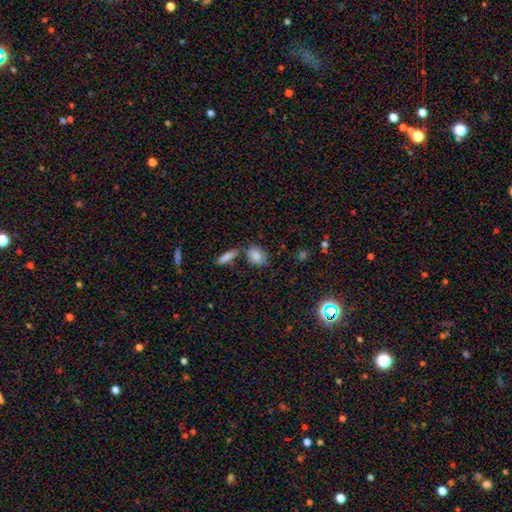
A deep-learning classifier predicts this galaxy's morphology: This is clearly a smooth galaxy (85%). How rounded: likely in between (72%). Merging: likely none (68%).